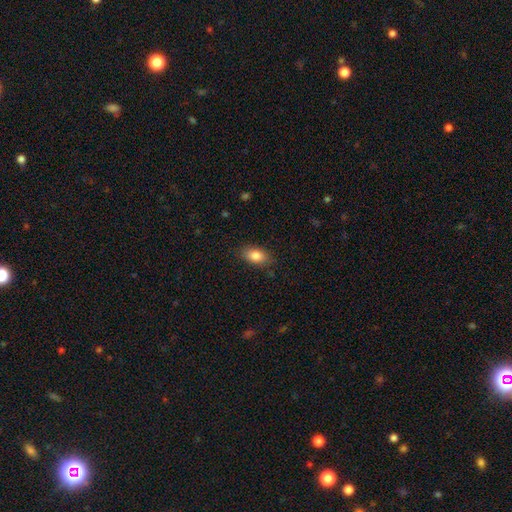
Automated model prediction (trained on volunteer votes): This appears to be a smooth galaxy with no disk features (84%) that is in between round and cigar-shaped (88%). Merging: none (84%).